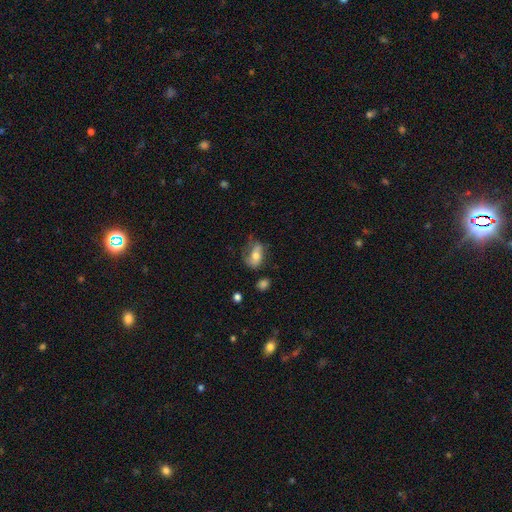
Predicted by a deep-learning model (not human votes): Smooth or featured: smooth — 59% (featured or disk — 33%)
How rounded: in between — 82% (round — 14%)
Merging: none — 44% (minor disturbance — 31%)